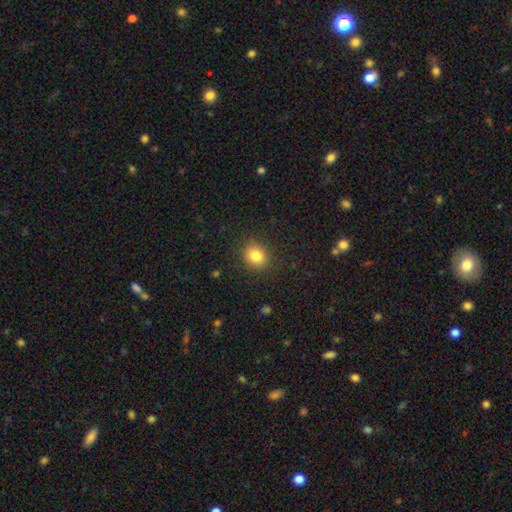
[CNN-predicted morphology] A smooth galaxy with no disk features (83%) that is round (66%).

Vote fractions:
- Smooth or featured? smooth: 83% / star or artifact: 11% / featured or disk: 6%
- How rounded? round: 66% / in between: 33% / cigar-shaped: 1%
- Merging? none: 88% / minor disturbance: 8% / major disturbance: 3% / merger: 1%